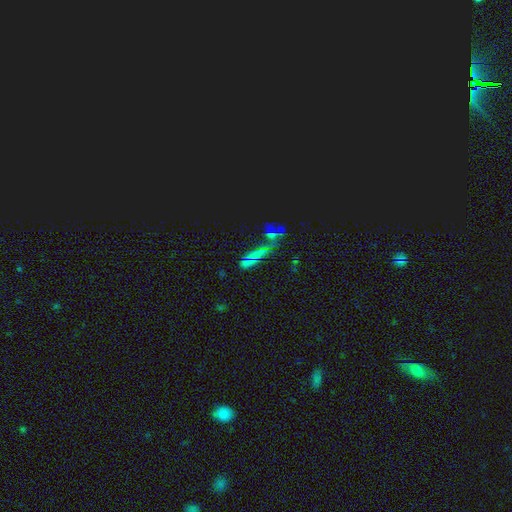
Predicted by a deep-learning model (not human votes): Morphology: type=star or artifact (56%).